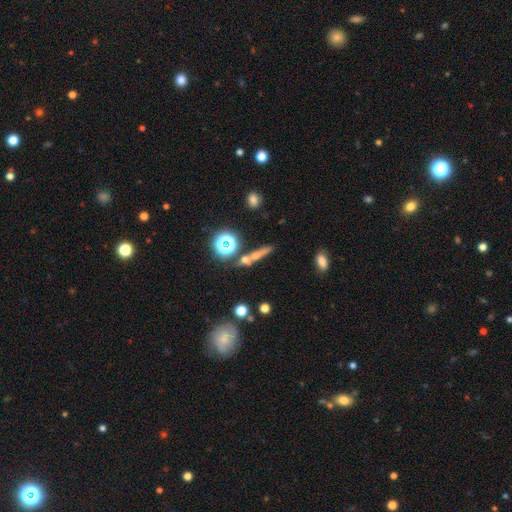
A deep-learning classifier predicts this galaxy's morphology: Smooth or featured: smooth — 47% (featured or disk — 29%)
Merging: none — 61% (merger — 22%)